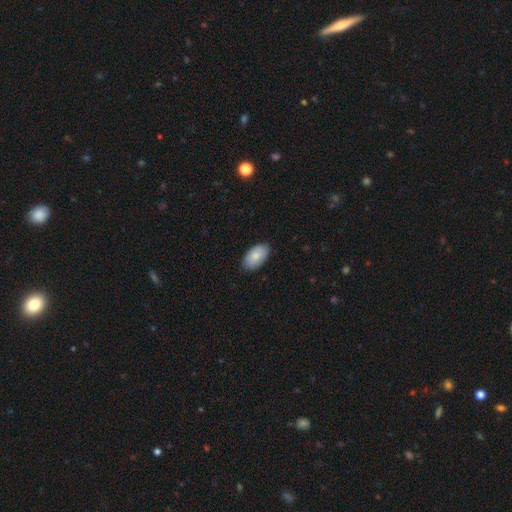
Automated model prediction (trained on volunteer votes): This is clearly a smooth galaxy (84%). How rounded: clearly in between (95%). Merging: clearly none (86%).